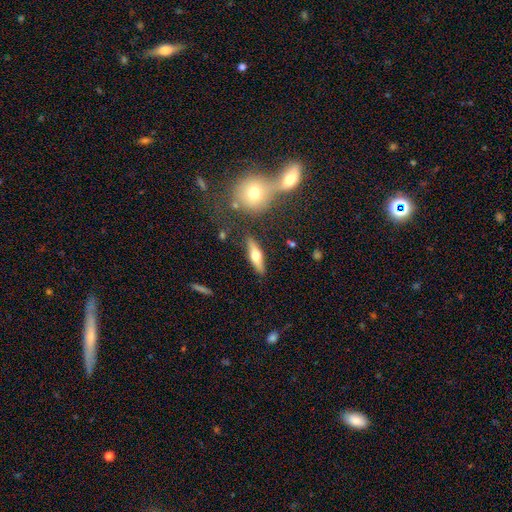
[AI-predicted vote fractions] Smooth or featured?
  - featured or disk: 51% *
  - smooth: 42%
  - star or artifact: 6%
Edge-on disk?
  - yes: 91% *
  - no: 9%
Merging?
  - none: 85% *
  - minor disturbance: 9%
  - merger: 3%
  - major disturbance: 3%